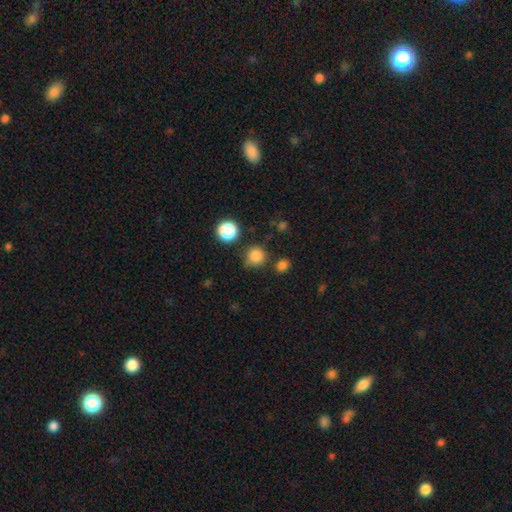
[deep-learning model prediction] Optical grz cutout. It shows a smooth galaxy with no disk features (81%) that is round (92%). Merging: none (74%).